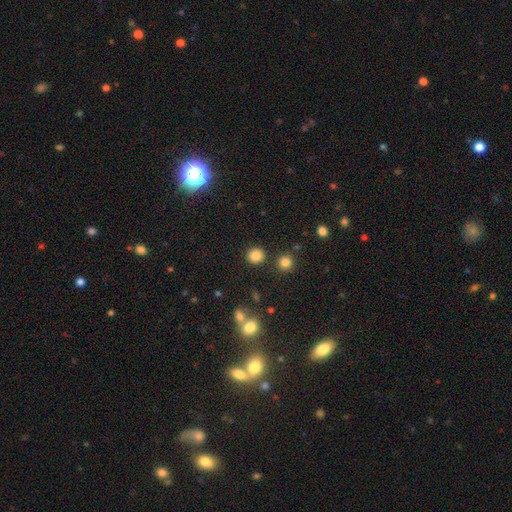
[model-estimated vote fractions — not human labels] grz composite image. It shows a smooth galaxy with no disk features (84%) that is round (90%). Merging: none (88%).